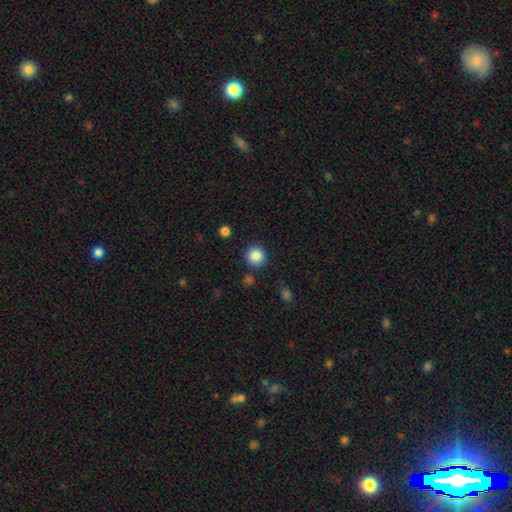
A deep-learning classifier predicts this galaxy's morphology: smooth-or-featured: smooth: 86% | star or artifact: 10% | featured or disk: 4%
  how-rounded: round: 93% | in between: 6% | cigar-shaped: 1%
  merging: none: 88% | minor disturbance: 7% | merger: 3% | major disturbance: 2%